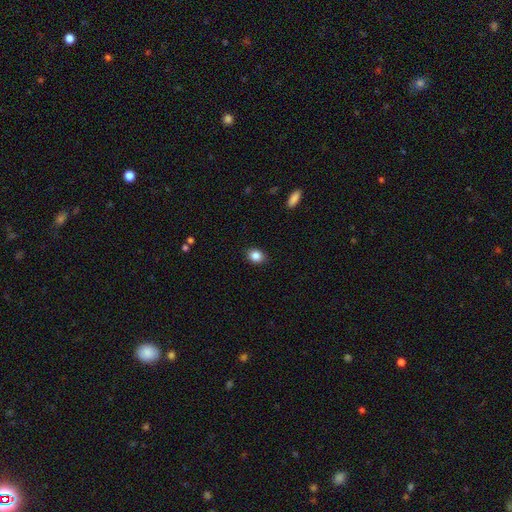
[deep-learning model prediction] A smooth galaxy with no disk features (86%) that is in between round and cigar-shaped (55%).

Vote fractions:
- Smooth or featured? smooth: 86% / star or artifact: 9% / featured or disk: 5%
- How rounded? in between: 55% / round: 44% / cigar-shaped: 1%
- Merging? none: 89% / minor disturbance: 8% / major disturbance: 2% / merger: 1%